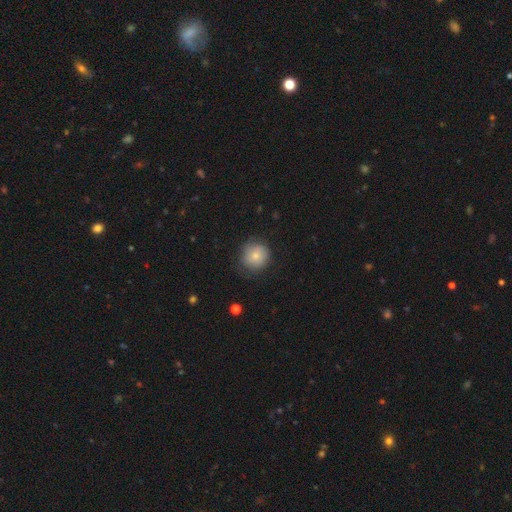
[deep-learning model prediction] Smooth or featured: smooth — 78% (featured or disk — 14%)
How rounded: round — 89% (in between — 10%)
Merging: none — 71% (minor disturbance — 21%)